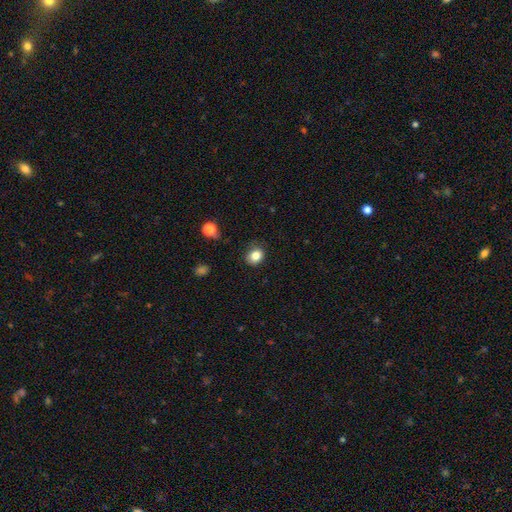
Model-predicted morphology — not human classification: A smooth galaxy with no disk features (83%) that is round (66%).

Vote fractions:
- Smooth or featured? smooth: 83% / star or artifact: 11% / featured or disk: 6%
- How rounded? round: 66% / in between: 33% / cigar-shaped: 1%
- Merging? none: 81% / minor disturbance: 15% / major disturbance: 3% / merger: 1%